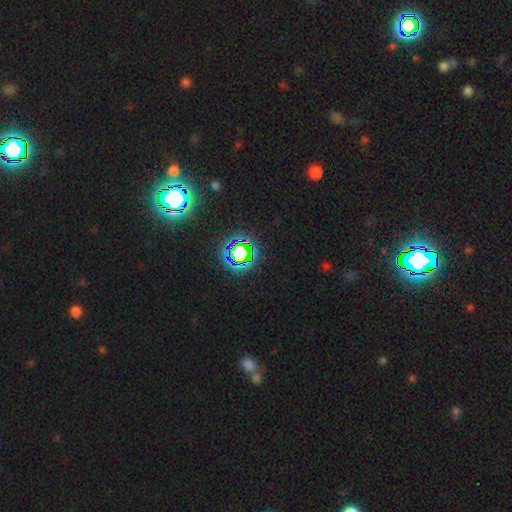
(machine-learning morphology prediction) Smooth or featured?
  - star or artifact: 78% *
  - smooth: 14%
  - featured or disk: 8%